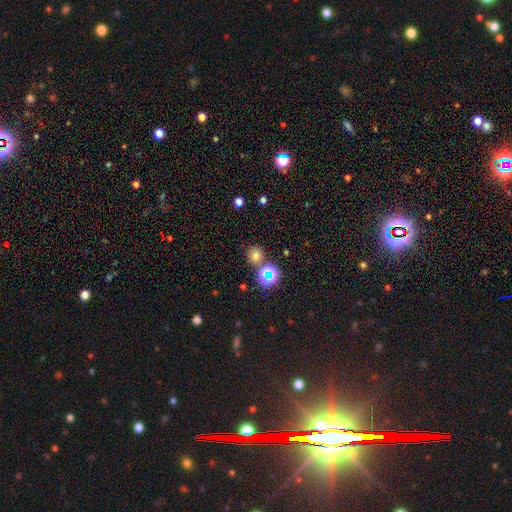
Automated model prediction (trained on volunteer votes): Smooth or featured: smooth — 68% (star or artifact — 25%)
How rounded: round — 85% (in between — 14%)
Merging: none — 74% (merger — 14%)